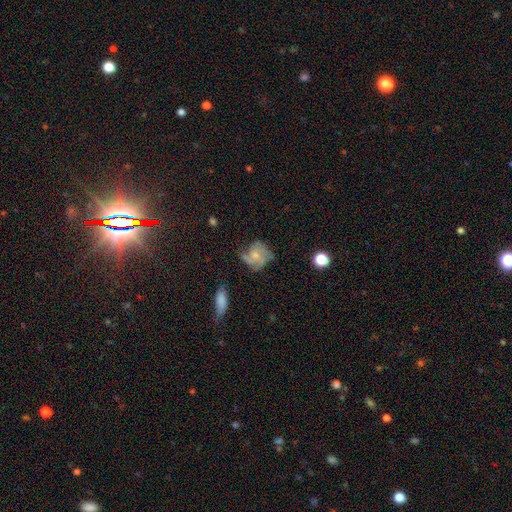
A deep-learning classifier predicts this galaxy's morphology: Smooth or featured? Predicted: featured or disk (p=0.65). Edge-on disk? Predicted: no (p=0.98). Bar? Predicted: no (p=0.76). Spiral arms? Predicted: yes (p=0.85). Spiral winding? Predicted: medium (p=0.45). Spiral arm count? Predicted: 3 (p=0.43). Bulge size? Predicted: small (p=0.54). Merging? Predicted: none (p=0.51).